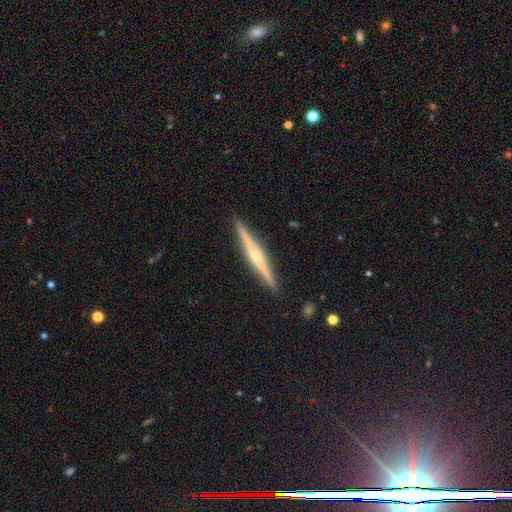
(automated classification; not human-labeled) Q: Smooth or featured?
A: featured or disk (76%); runner-up: smooth (18%)
Q: Edge-on disk?
A: yes (98%); runner-up: no (2%)
Q: Edge-on bulge?
A: rounded (82%); runner-up: none (13%)
Q: Merging?
A: none (92%); runner-up: minor disturbance (6%)